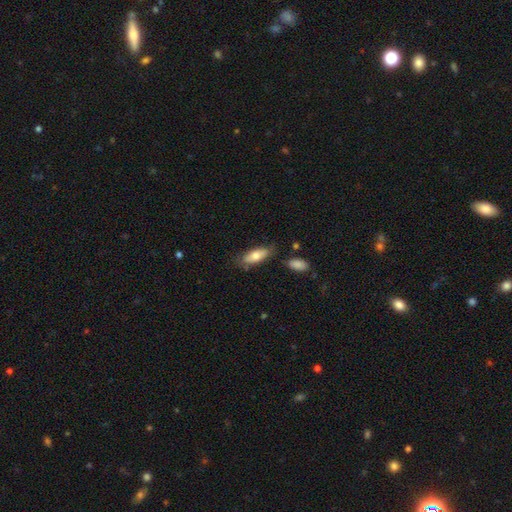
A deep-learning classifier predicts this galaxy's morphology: Overall: smooth (74%). How rounded: in between (75%). Merging: none (70%).